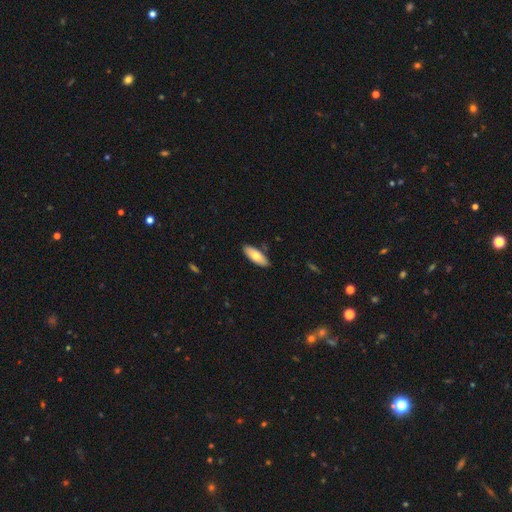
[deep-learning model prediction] A smooth galaxy with no disk features (74%) that is in between round and cigar-shaped (78%). Merging: none (86%).